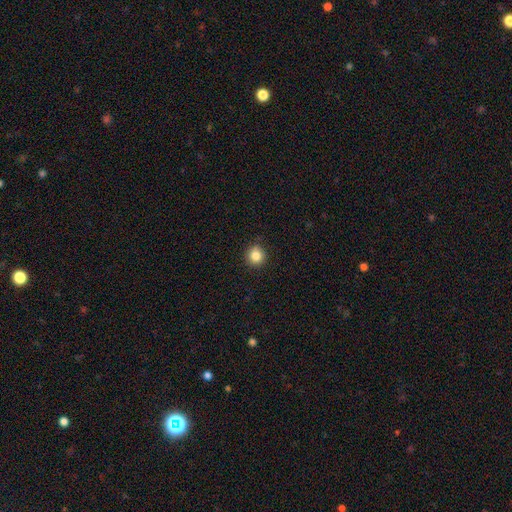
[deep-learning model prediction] A smooth galaxy with no disk features (84%) that is round (93%). Merging: none (89%).